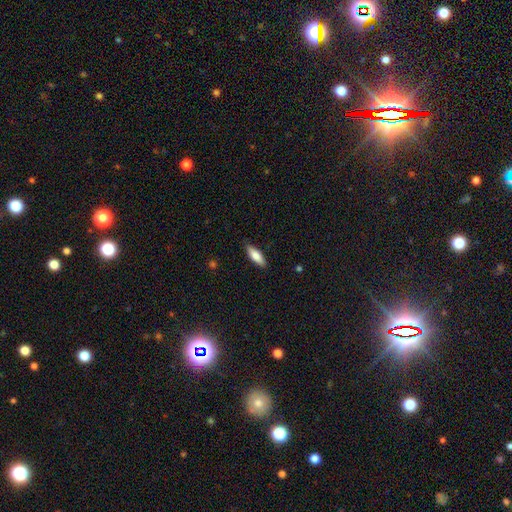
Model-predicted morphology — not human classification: A smooth galaxy with no disk features (77%) that is in between round and cigar-shaped (59%). Merging: none (86%).